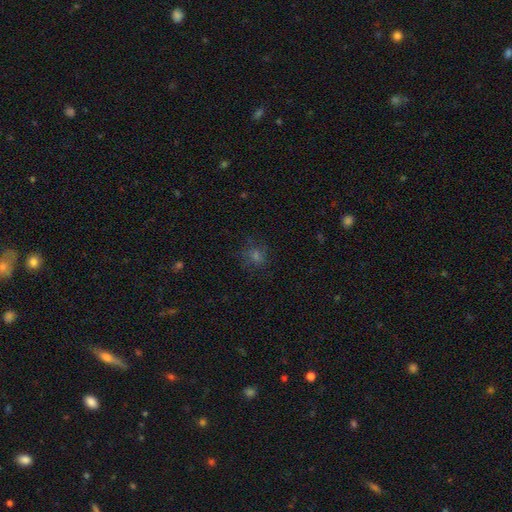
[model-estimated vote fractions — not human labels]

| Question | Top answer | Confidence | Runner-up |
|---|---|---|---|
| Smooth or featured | smooth | 47% | star or artifact (34%) |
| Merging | none | 77% | minor disturbance (14%) |